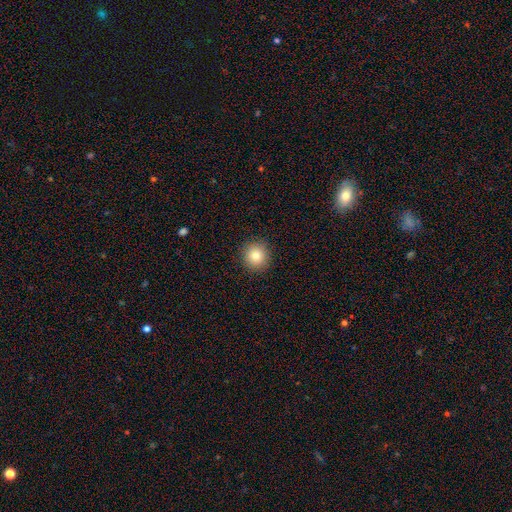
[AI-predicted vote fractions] Morphology: type=smooth (82%); roundness=round (92%); merging=none (91%).